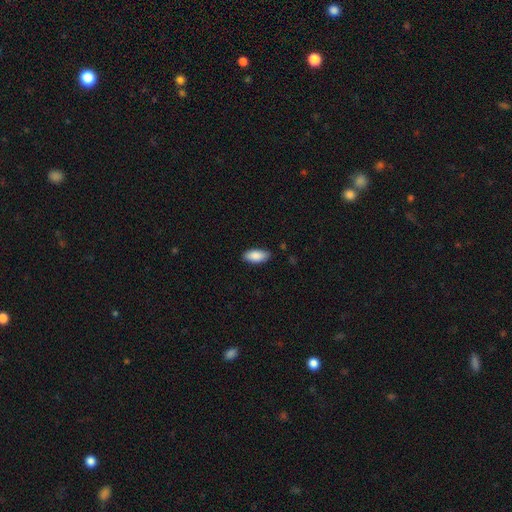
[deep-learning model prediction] The model was most divided on "merging": none: 85%, minor disturbance: 12%, major disturbance: 2%, merger: 1%. More confident: smooth or featured — smooth (88%); how rounded — in between (88%).